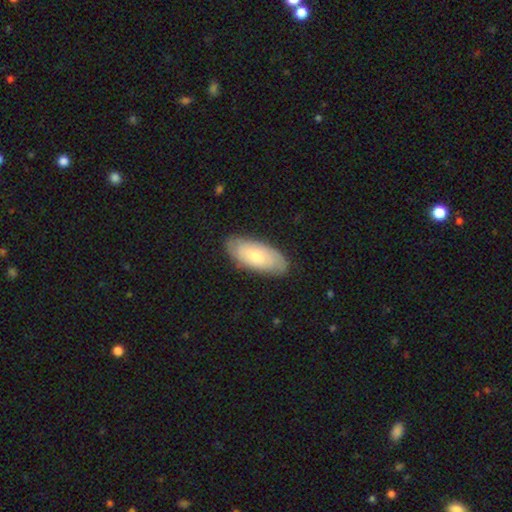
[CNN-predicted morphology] A smooth galaxy with no disk features (52%) that is in between round and cigar-shaped (87%).

Vote fractions:
- Smooth or featured? smooth: 52% / featured or disk: 42% / star or artifact: 6%
- How rounded? in between: 87% / cigar-shaped: 11% / round: 2%
- Merging? none: 83% / minor disturbance: 13% / major disturbance: 3% / merger: 1%